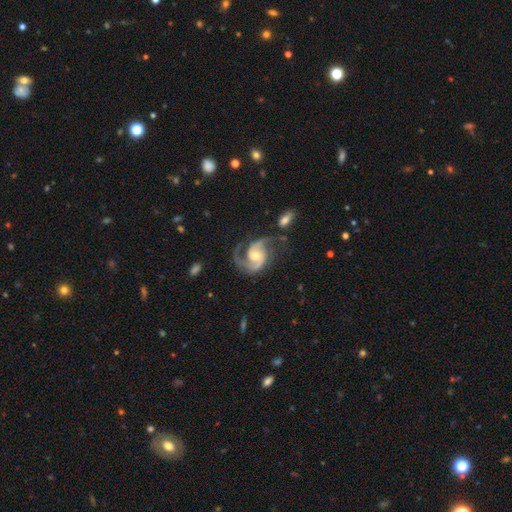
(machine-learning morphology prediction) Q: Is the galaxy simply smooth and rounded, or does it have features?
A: featured or disk — 90%.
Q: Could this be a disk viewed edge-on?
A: no — 98%.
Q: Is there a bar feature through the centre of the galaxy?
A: no — 62%.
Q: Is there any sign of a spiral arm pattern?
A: yes — 98%.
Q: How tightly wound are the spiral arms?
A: medium — 53%.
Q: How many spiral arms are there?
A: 2 — 83%.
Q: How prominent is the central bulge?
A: moderate — 58%.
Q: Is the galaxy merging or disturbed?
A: none — 54%.